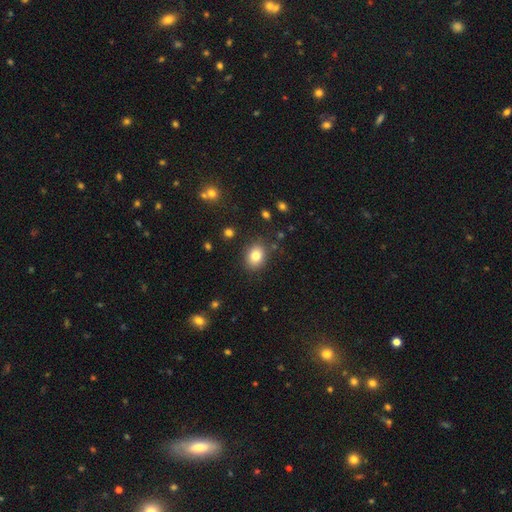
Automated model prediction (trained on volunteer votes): This is clearly a smooth galaxy (80%). How rounded: possibly in between (56%). Merging: clearly none (85%).